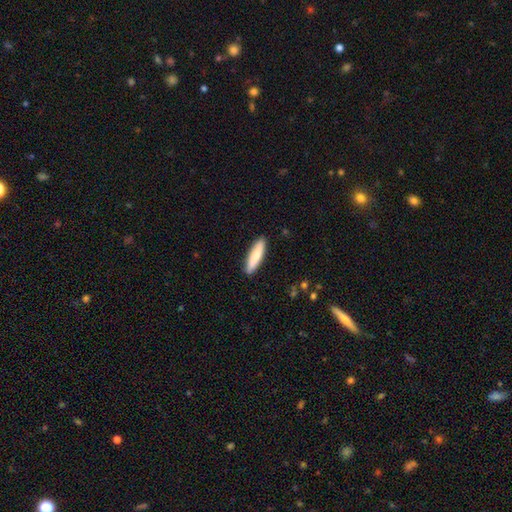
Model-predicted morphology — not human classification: Q: Smooth or featured?
A: smooth (80%); runner-up: featured or disk (14%)
Q: How rounded?
A: cigar-shaped (78%); runner-up: in between (21%)
Q: Merging?
A: none (89%); runner-up: minor disturbance (8%)